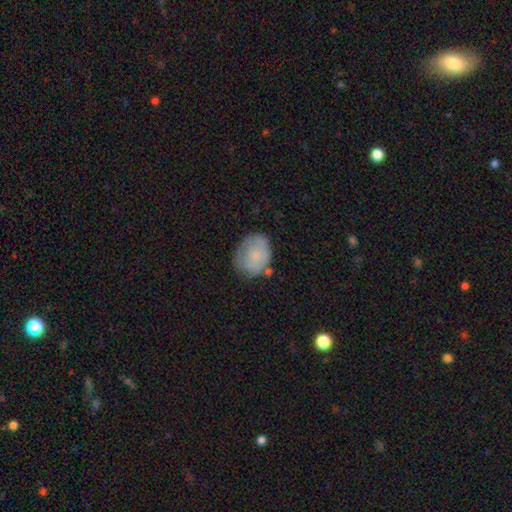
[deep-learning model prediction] Q: Smooth or featured?
A: smooth (70%); runner-up: featured or disk (23%)
Q: How rounded?
A: in between (52%); runner-up: round (47%)
Q: Merging?
A: none (60%); runner-up: minor disturbance (27%)